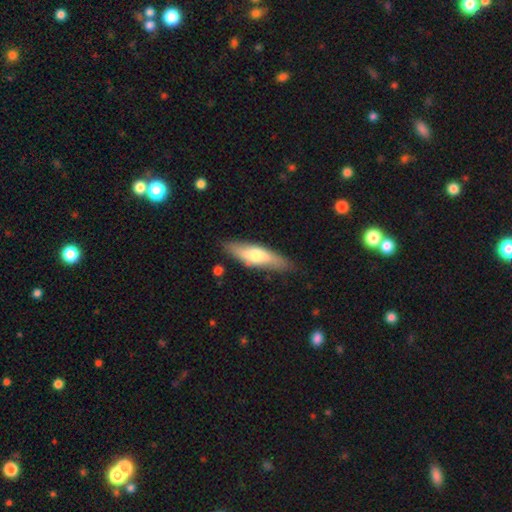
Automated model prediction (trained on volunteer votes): A smooth galaxy with no disk features (57%) that is cigar-shaped (62%). Merging: none (84%).